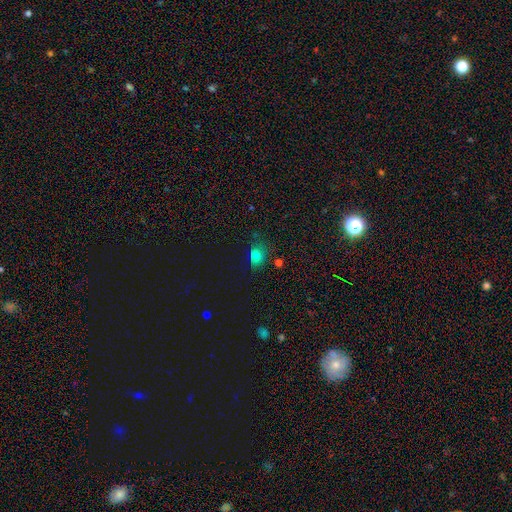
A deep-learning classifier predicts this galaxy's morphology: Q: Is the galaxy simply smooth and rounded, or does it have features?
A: smooth — 75%.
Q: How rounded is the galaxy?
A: in between — 65%.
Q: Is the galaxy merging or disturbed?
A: none — 65%.